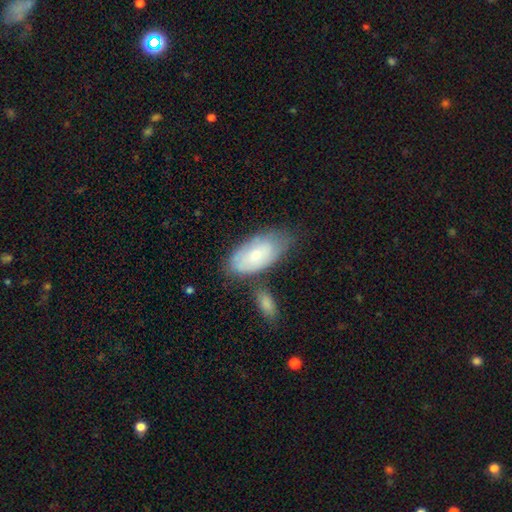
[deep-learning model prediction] This is likely a smooth galaxy (65%). How rounded: clearly in between (93%). Merging: possibly none (53%).